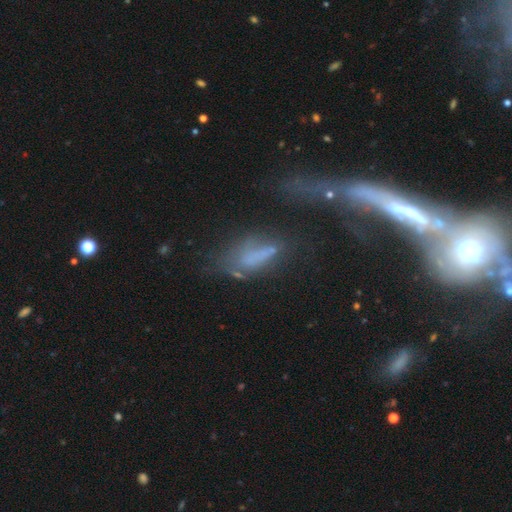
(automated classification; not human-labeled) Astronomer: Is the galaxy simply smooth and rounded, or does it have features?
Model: smooth — 44% (runner-up: featured or disk, 37%).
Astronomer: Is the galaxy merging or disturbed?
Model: major disturbance — 31% (runner-up: none, 27%).